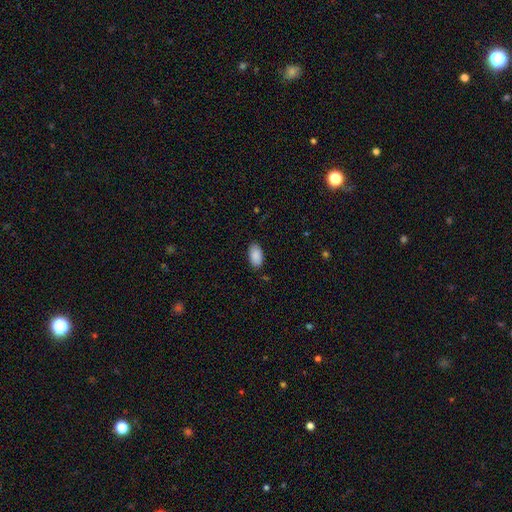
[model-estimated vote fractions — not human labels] smooth_or_featured: smooth (p=0.90) [alt: star or artifact p=0.07]
how_rounded: in between (p=0.95) [alt: round p=0.03]
merging: none (p=0.85) [alt: minor disturbance p=0.11]